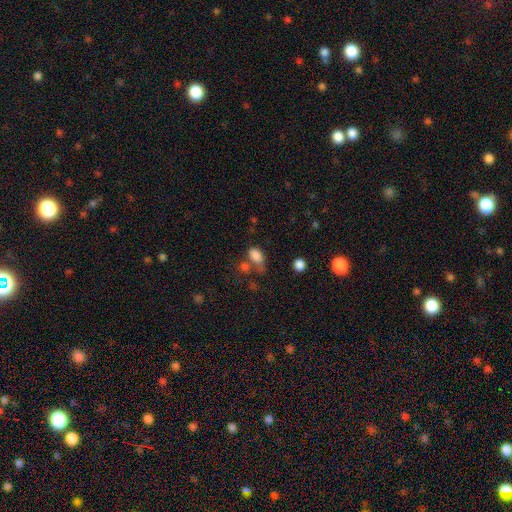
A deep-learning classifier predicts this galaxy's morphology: The model was most divided on "merging": none: 41%, merger: 23%, minor disturbance: 22%, major disturbance: 14%. More confident: how rounded — in between (86%); smooth or featured — smooth (82%).